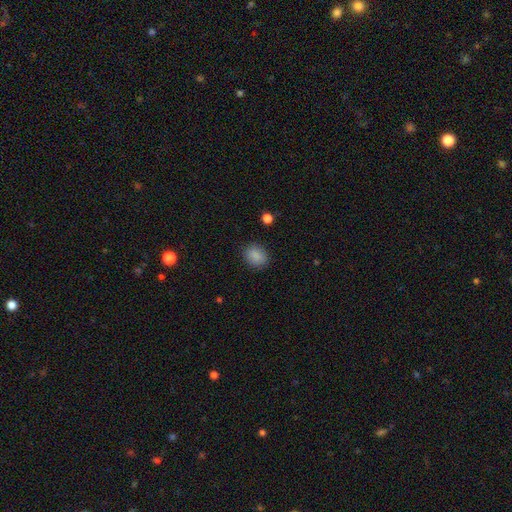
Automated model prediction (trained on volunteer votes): Morphology: type=smooth (87%); roundness=round (50%); merging=none (86%).